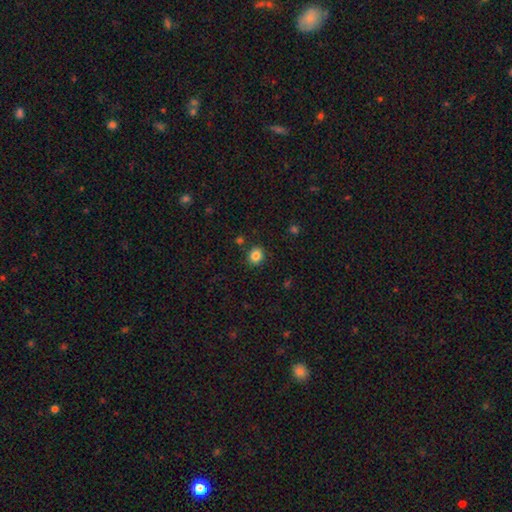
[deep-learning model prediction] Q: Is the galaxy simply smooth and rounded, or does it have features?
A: smooth — 84%.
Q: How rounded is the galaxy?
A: round — 71%.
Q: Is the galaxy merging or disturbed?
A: none — 87%.